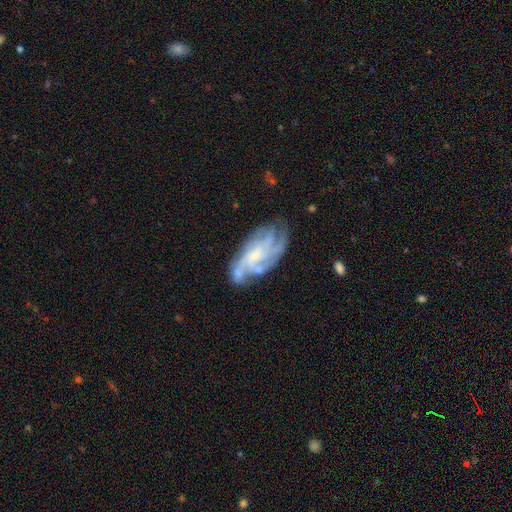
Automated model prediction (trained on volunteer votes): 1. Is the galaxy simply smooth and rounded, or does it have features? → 83% featured or disk, 11% smooth, 7% star or artifact.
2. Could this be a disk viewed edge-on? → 95% no, 5% yes.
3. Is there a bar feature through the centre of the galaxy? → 62% no, 31% weak, 7% strong.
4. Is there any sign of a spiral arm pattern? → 94% yes, 6% no.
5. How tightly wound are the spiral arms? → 49% tight, 39% medium, 12% loose.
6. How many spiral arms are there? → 36% 4, 23% can't tell, 19% 3, 9% more than 4, 7% 2, 5% 1.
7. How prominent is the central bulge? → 64% small, 22% moderate, 11% none, 2% large, 1% dominant.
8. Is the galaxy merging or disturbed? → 65% none, 22% minor disturbance, 10% major disturbance, 4% merger.